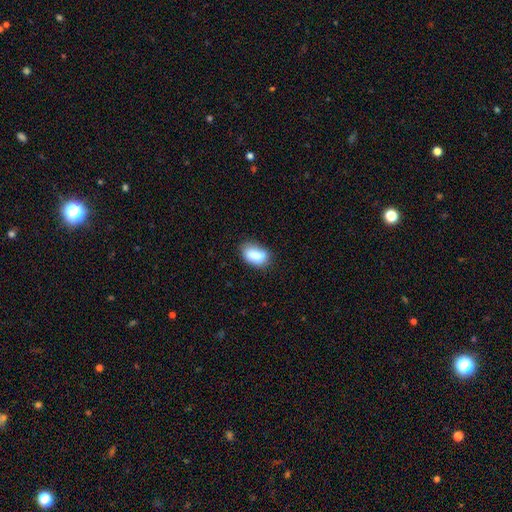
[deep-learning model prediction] A smooth galaxy with no disk features (85%) that is in between round and cigar-shaped (90%). Merging: none (66%).